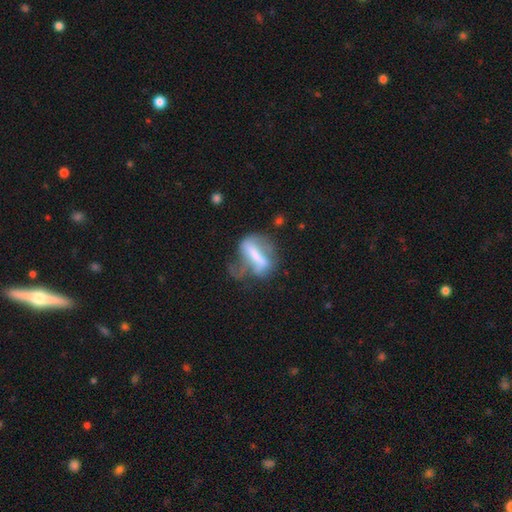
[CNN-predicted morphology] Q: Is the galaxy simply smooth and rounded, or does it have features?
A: featured or disk — 54%.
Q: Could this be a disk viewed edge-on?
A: no — 87%.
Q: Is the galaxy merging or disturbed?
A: major disturbance — 40%.